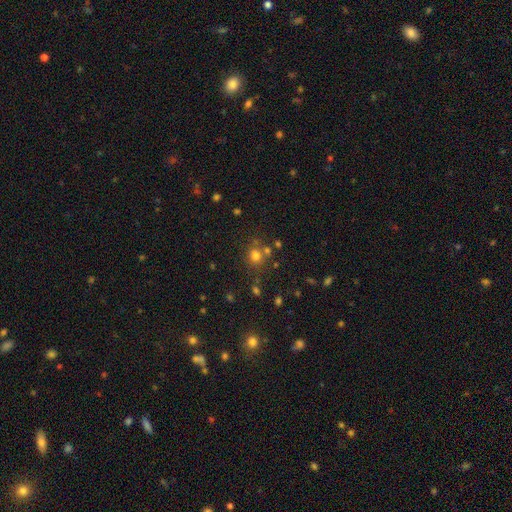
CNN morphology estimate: smooth-or-featured: smooth: 72% | star or artifact: 20% | featured or disk: 8%
  how-rounded: round: 84% | in between: 15% | cigar-shaped: 1%
  merging: none: 68% | merger: 17% | minor disturbance: 11% | major disturbance: 5%